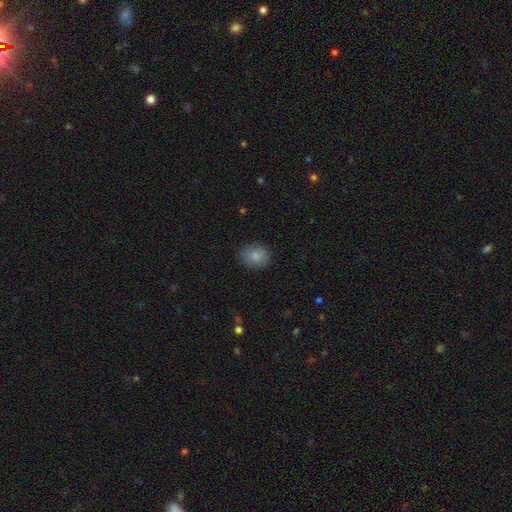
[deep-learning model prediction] A smooth galaxy with no disk features (86%) that is round (60%).

Vote fractions:
- Smooth or featured? smooth: 86% / star or artifact: 8% / featured or disk: 6%
- How rounded? round: 60% / in between: 39% / cigar-shaped: 1%
- Merging? none: 82% / minor disturbance: 14% / major disturbance: 3% / merger: 1%